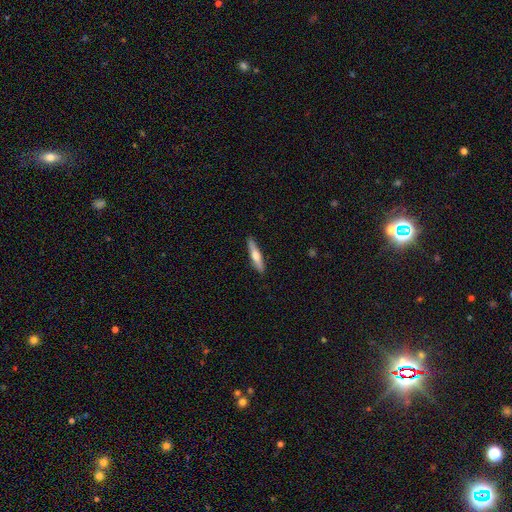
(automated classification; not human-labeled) Morphology: type=smooth (56%); roundness=cigar-shaped (86%); merging=none (88%).